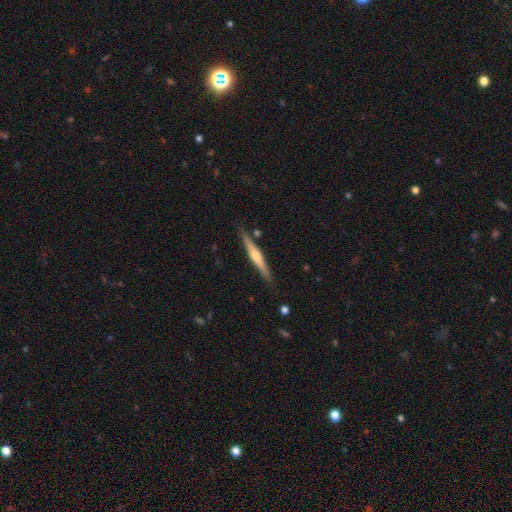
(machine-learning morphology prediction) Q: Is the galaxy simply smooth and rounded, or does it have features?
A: featured or disk — 66%.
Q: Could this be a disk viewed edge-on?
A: yes — 97%.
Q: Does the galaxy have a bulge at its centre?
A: rounded — 86%.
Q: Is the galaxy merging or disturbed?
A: none — 87%.